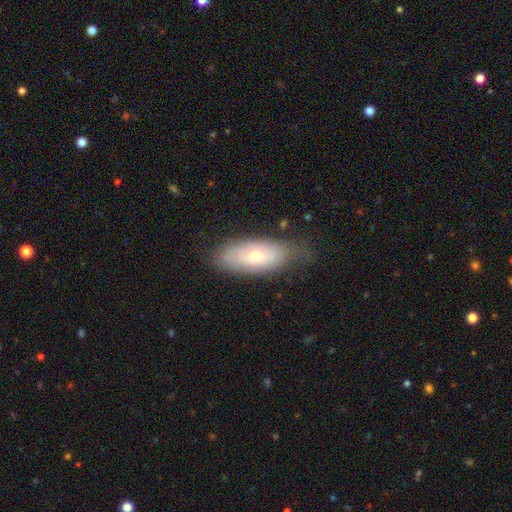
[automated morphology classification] Smooth or featured? Predicted: smooth (p=0.58). How rounded? Predicted: in between (p=0.83). Merging? Predicted: none (p=0.63).